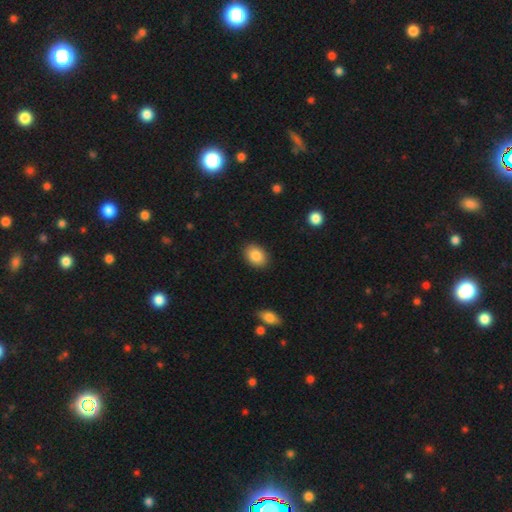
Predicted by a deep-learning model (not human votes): smooth_or_featured: smooth (p=0.86) [alt: star or artifact p=0.08]
how_rounded: in between (p=0.71) [alt: round p=0.28]
merging: none (p=0.88) [alt: minor disturbance p=0.09]